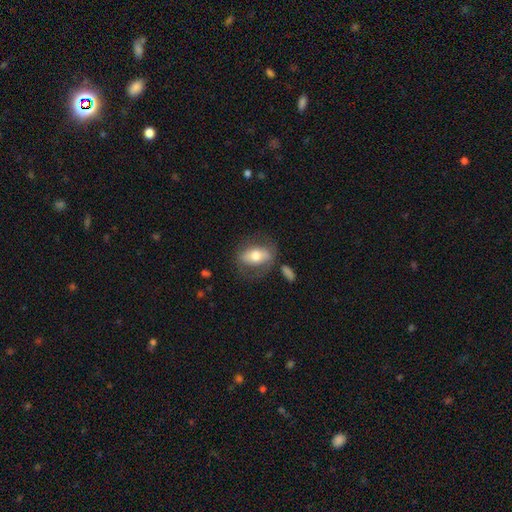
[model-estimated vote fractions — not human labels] Smooth or featured? Predicted: smooth (p=0.54). How rounded? Predicted: in between (p=0.81). Merging? Predicted: none (p=0.64).